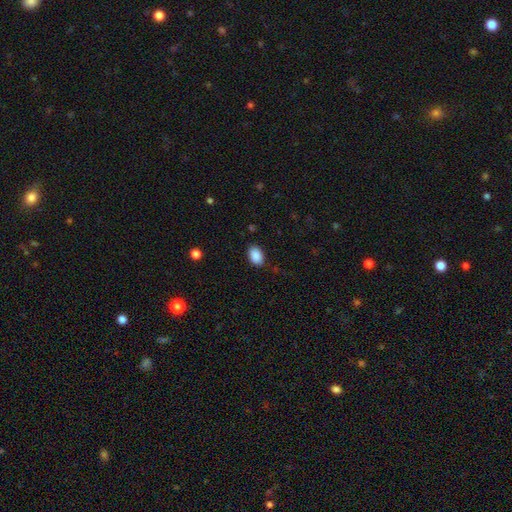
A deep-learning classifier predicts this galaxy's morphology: This appears to be a smooth galaxy with no disk features (89%) that is in between round and cigar-shaped (87%). Merging: none (86%).